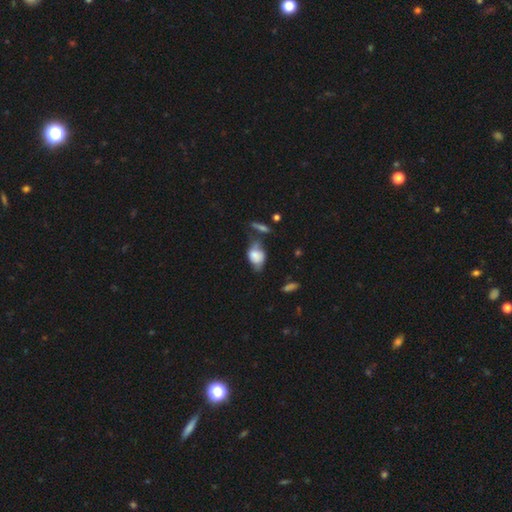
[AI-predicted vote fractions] Smooth or featured? smooth (63%)
How rounded? in between (78%)
Merging? none (33%)